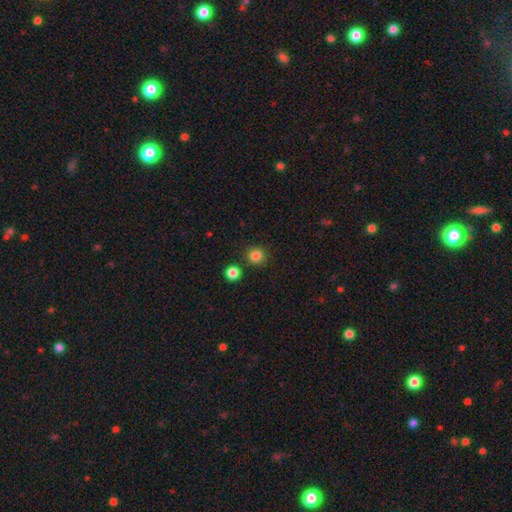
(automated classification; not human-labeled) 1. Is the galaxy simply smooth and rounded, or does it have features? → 83% smooth, 13% star or artifact, 4% featured or disk.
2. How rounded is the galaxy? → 92% round, 7% in between, 1% cigar-shaped.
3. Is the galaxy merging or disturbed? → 86% none, 7% minor disturbance, 5% merger, 2% major disturbance.